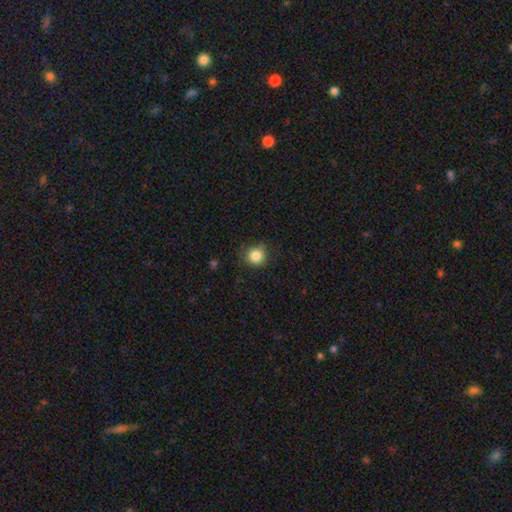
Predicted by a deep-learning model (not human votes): Smooth or featured?
  - smooth: 85% *
  - star or artifact: 10%
  - featured or disk: 5%
How rounded?
  - round: 91% *
  - in between: 8%
  - cigar-shaped: 1%
Merging?
  - none: 82% *
  - minor disturbance: 14%
  - major disturbance: 3%
  - merger: 1%